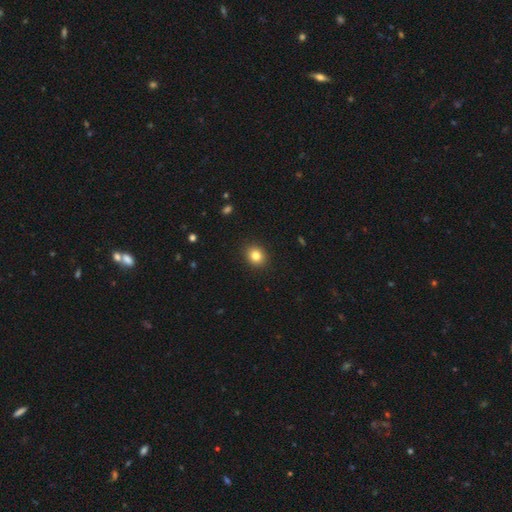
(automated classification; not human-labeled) Q: Smooth or featured?
A: smooth (83%); runner-up: star or artifact (11%)
Q: How rounded?
A: round (65%); runner-up: in between (34%)
Q: Merging?
A: none (91%); runner-up: minor disturbance (6%)